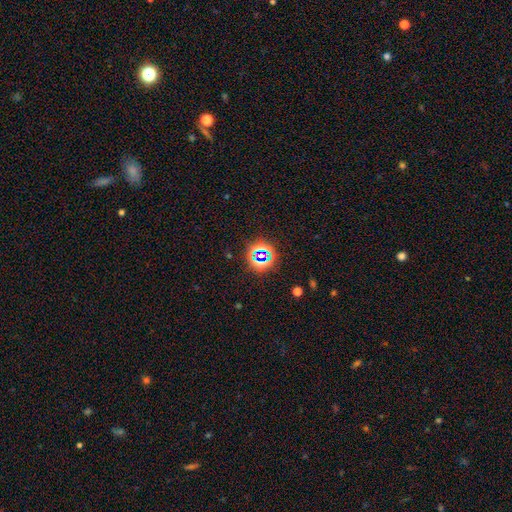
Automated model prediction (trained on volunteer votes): The model was most divided on "smooth or featured": star or artifact: 72%, smooth: 18%, featured or disk: 10%.